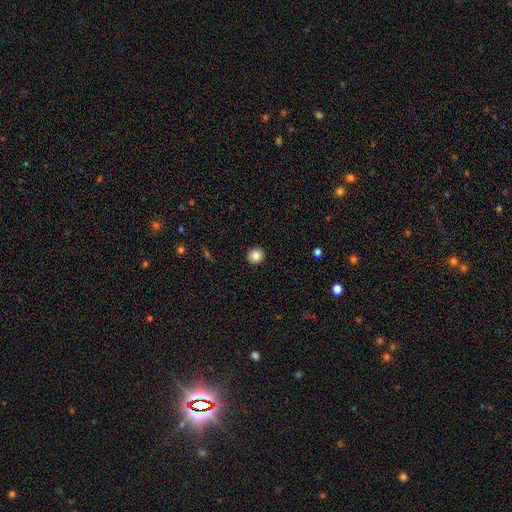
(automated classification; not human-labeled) Smooth or featured?
  - smooth: 85% *
  - star or artifact: 10%
  - featured or disk: 6%
How rounded?
  - round: 90% *
  - in between: 9%
  - cigar-shaped: 1%
Merging?
  - none: 93% *
  - minor disturbance: 5%
  - major disturbance: 2%
  - merger: 1%